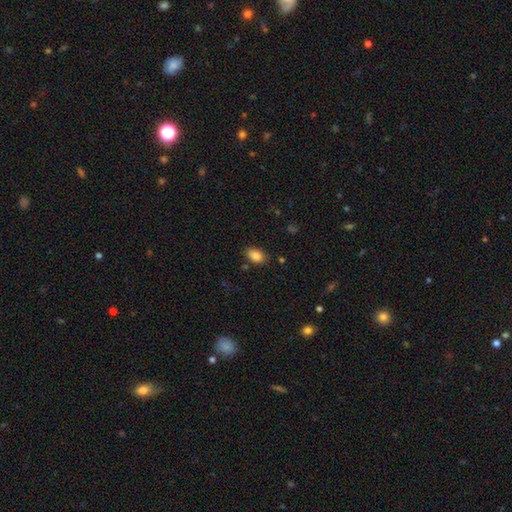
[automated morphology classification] This is clearly a smooth galaxy (86%). How rounded: clearly in between (87%). Merging: likely none (80%).